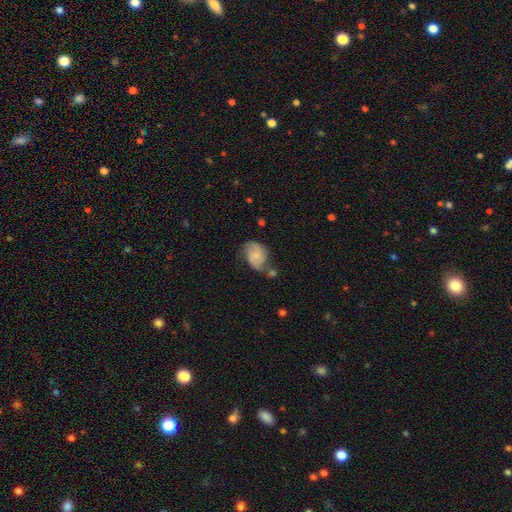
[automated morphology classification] type=featured or disk (50%); merging=none (46%).